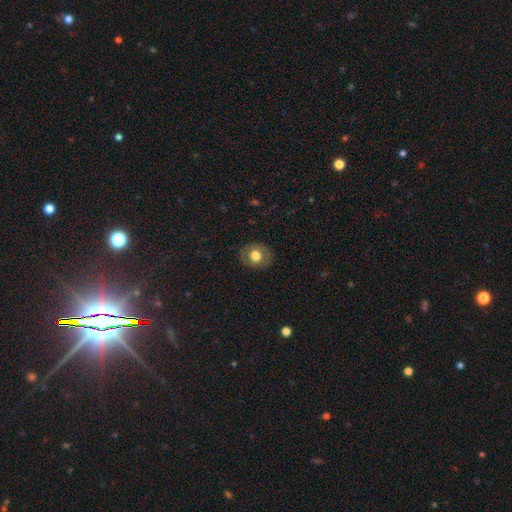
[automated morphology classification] A smooth galaxy with no disk features (70%) that is round (67%). Merging: none (86%).